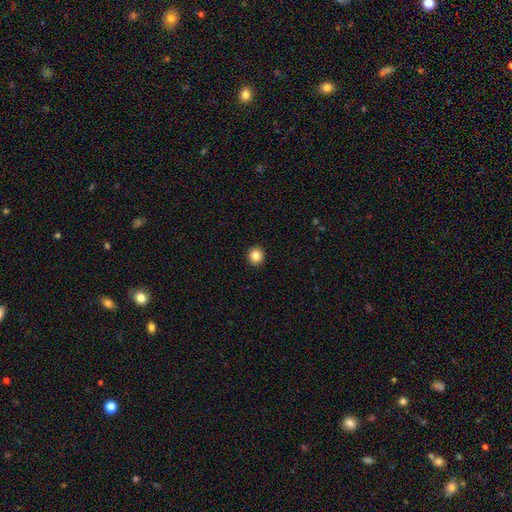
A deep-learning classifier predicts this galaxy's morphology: type=smooth (84%); roundness=round (90%); merging=none (93%).